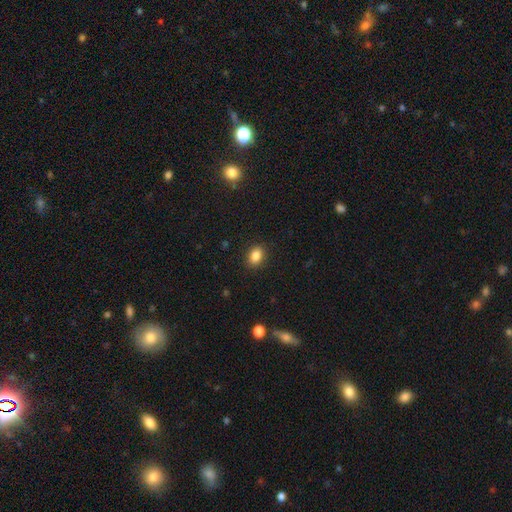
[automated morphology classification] This is clearly a smooth galaxy (86%). How rounded: likely in between (76%). Merging: clearly none (88%).